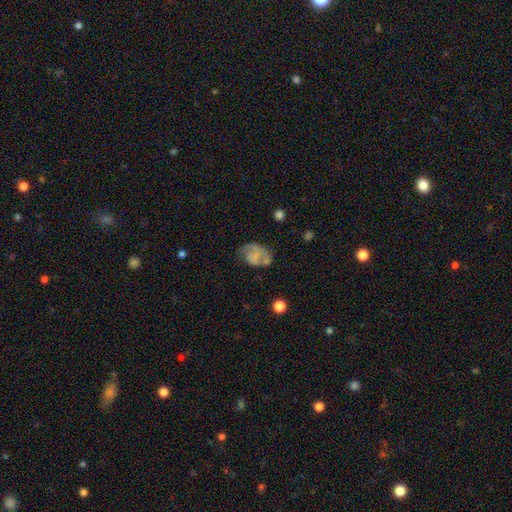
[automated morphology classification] type=featured or disk (49%); merging=none (40%).